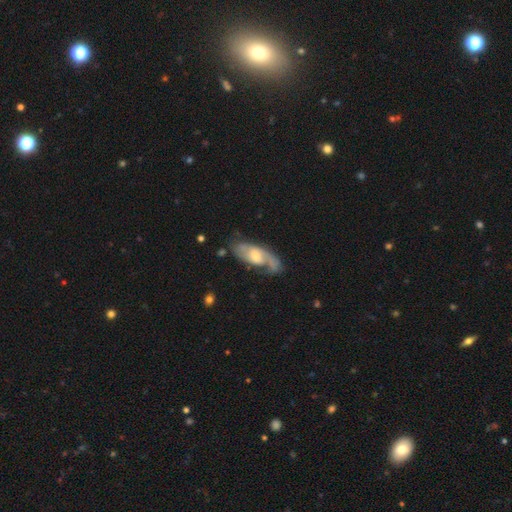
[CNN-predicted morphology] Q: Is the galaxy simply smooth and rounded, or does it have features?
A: featured or disk — 78%.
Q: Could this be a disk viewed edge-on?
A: no — 90%.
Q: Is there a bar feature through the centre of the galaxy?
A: no — 52%.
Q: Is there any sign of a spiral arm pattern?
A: yes — 91%.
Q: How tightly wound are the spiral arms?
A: medium — 46%.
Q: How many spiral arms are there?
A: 2 — 64%.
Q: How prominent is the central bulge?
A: moderate — 54%.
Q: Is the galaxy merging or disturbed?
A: none — 63%.